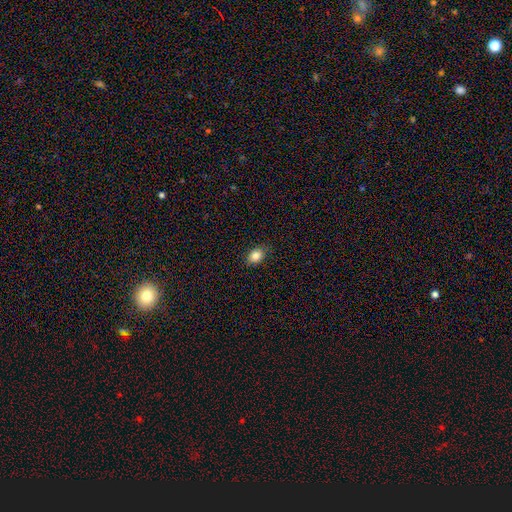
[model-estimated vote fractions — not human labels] Smooth or featured? Predicted: smooth (p=0.84). How rounded? Predicted: in between (p=0.67). Merging? Predicted: none (p=0.85).